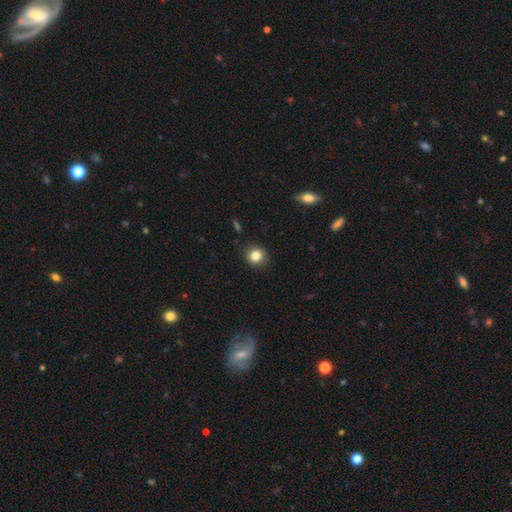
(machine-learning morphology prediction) smooth-or-featured: smooth: 83% | star or artifact: 11% | featured or disk: 6%
  how-rounded: round: 86% | in between: 14% | cigar-shaped: 1%
  merging: none: 88% | minor disturbance: 9% | major disturbance: 2% | merger: 1%